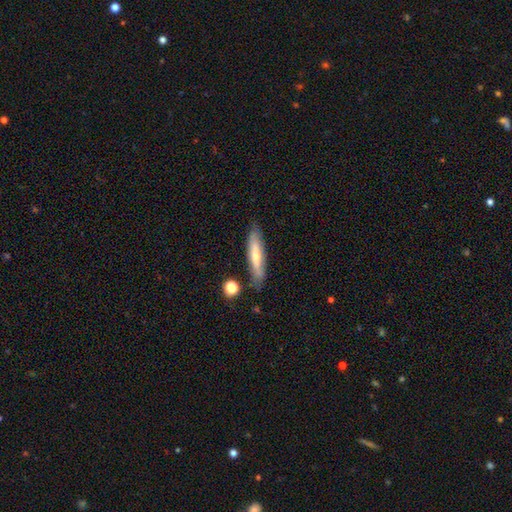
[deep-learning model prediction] Smooth or featured? smooth (48%)
Merging? none (78%)